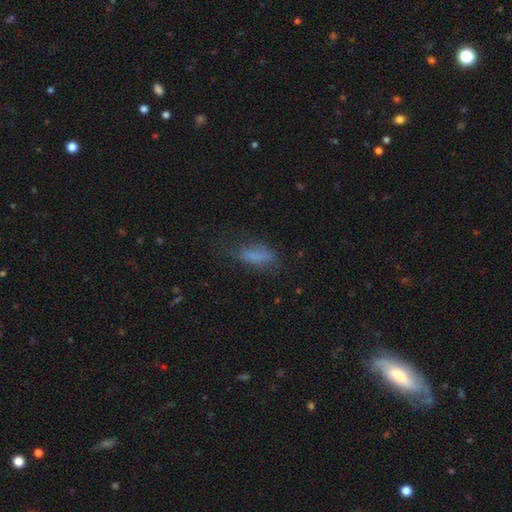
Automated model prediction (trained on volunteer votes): This is likely a smooth galaxy (70%). How rounded: possibly in between (60%). Merging: possibly none (53%).